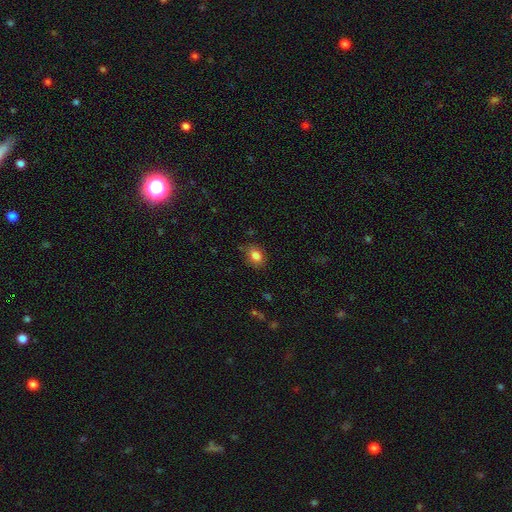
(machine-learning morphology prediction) Smooth or featured? smooth (83%)
How rounded? in between (73%)
Merging? none (82%)